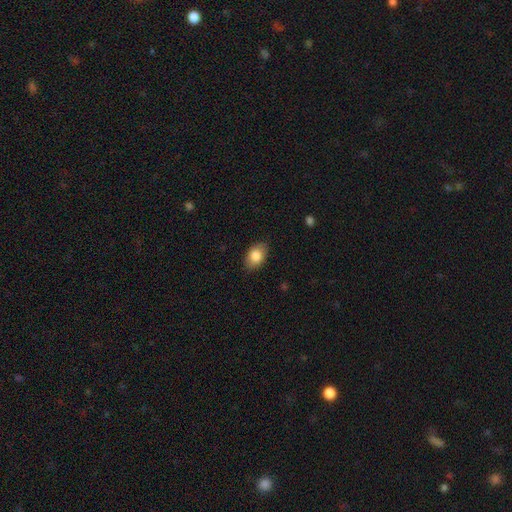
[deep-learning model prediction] Overall: smooth (83%). How rounded: in between (86%). Merging: none (84%).